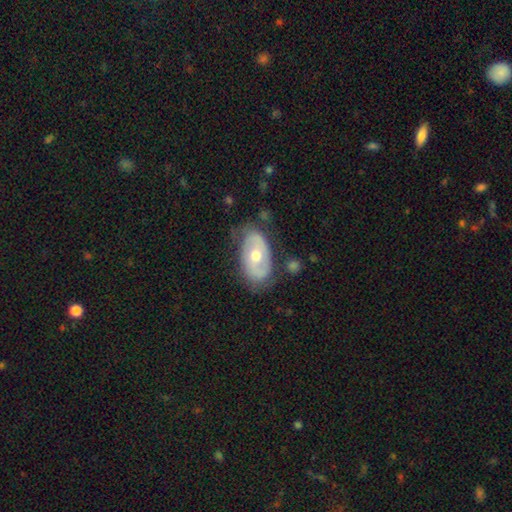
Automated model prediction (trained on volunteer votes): This appears to be a featured or disk galaxy (58%) with no bar (72%), no spiral arms (56%) and a moderate central bulge (73%). Merging: none (69%).